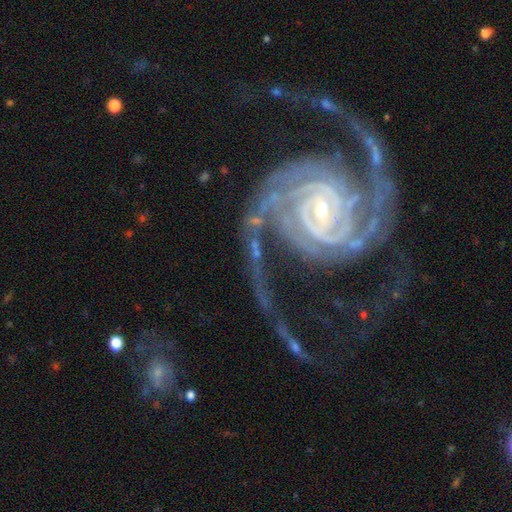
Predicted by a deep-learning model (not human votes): This appears to be a featured or disk galaxy (93%) with a weak bar (39%), 2 (65%) tight (54%) spiral arms (99%) and a small central bulge (68%). Merging: none (56%).